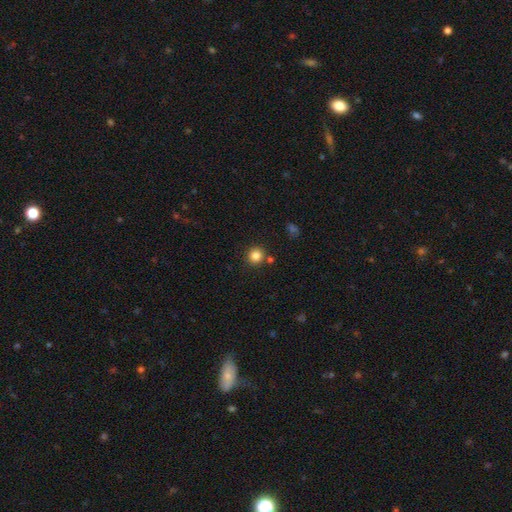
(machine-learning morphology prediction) A smooth galaxy with no disk features (83%) that is round (93%). Merging: none (84%).